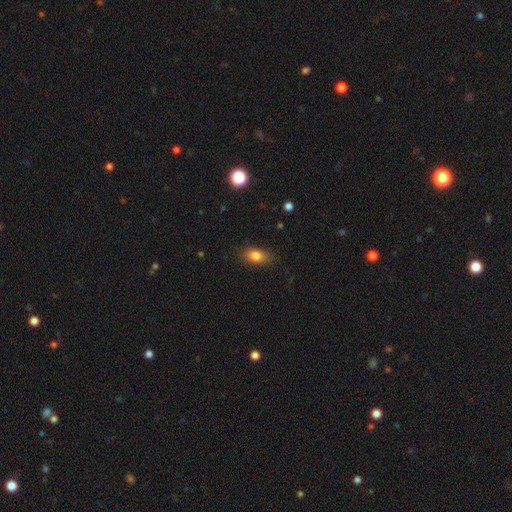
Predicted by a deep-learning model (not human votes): The model was most divided on "merging": none: 80%, minor disturbance: 15%, major disturbance: 3%, merger: 1%. More confident: how rounded — in between (83%); smooth or featured — smooth (82%).